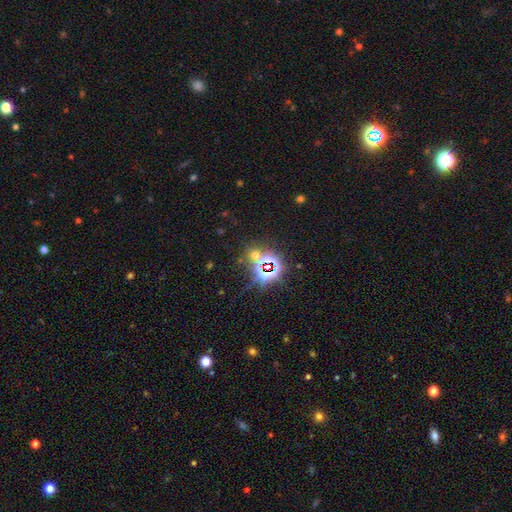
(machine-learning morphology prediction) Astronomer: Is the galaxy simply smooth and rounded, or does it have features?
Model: star or artifact — 71%.